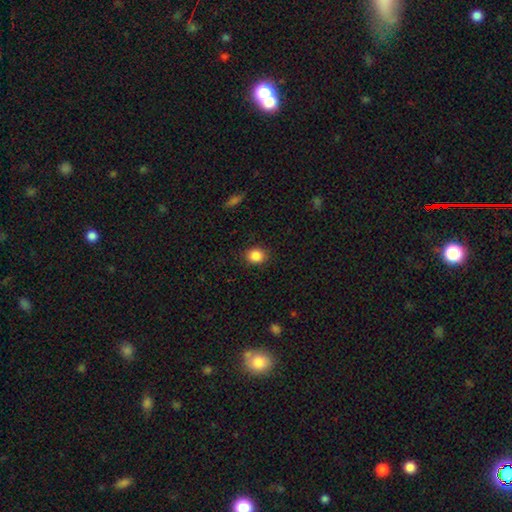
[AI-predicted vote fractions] A smooth galaxy with no disk features (86%) that is round (68%).

Vote fractions:
- Smooth or featured? smooth: 86% / star or artifact: 10% / featured or disk: 4%
- How rounded? round: 68% / in between: 31% / cigar-shaped: 1%
- Merging? none: 88% / minor disturbance: 8% / major disturbance: 2% / merger: 1%